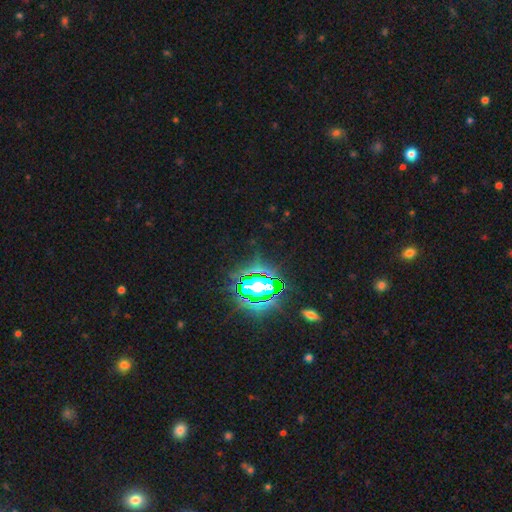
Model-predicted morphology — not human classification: Smooth or featured? star or artifact (82%)